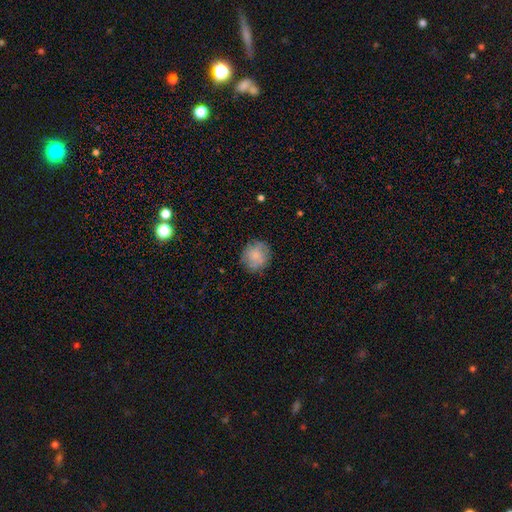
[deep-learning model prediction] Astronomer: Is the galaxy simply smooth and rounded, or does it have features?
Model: smooth — 73%.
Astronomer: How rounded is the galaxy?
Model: round — 86%.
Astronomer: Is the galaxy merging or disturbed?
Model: none — 80%.